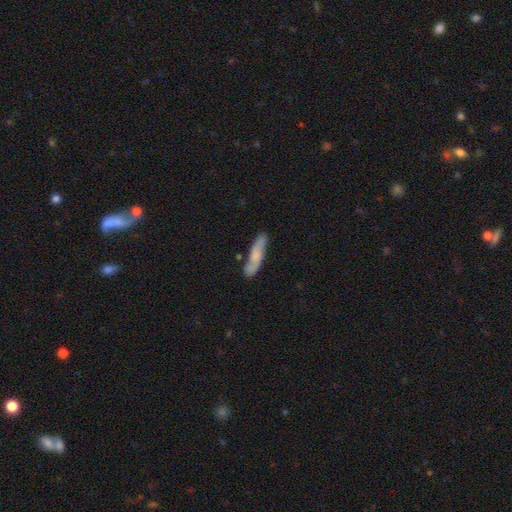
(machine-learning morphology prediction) smooth-or-featured: smooth: 62% | featured or disk: 33% | star or artifact: 6%
  how-rounded: cigar-shaped: 81% | in between: 17% | round: 2%
  merging: none: 76% | minor disturbance: 16% | merger: 5% | major disturbance: 3%